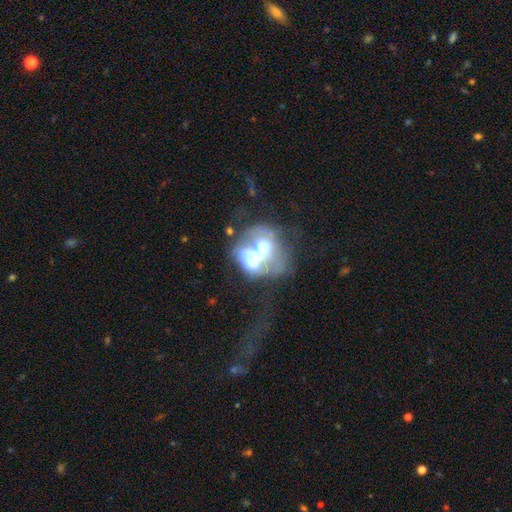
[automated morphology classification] Q: Smooth or featured?
A: featured or disk (52%); runner-up: smooth (37%)
Q: Edge-on disk?
A: no (97%); runner-up: yes (3%)
Q: Bar?
A: no (85%); runner-up: weak (11%)
Q: Spiral arms?
A: no (86%); runner-up: yes (14%)
Q: Bulge size?
A: moderate (49%); runner-up: large (28%)
Q: Merging?
A: merger (71%); runner-up: major disturbance (14%)